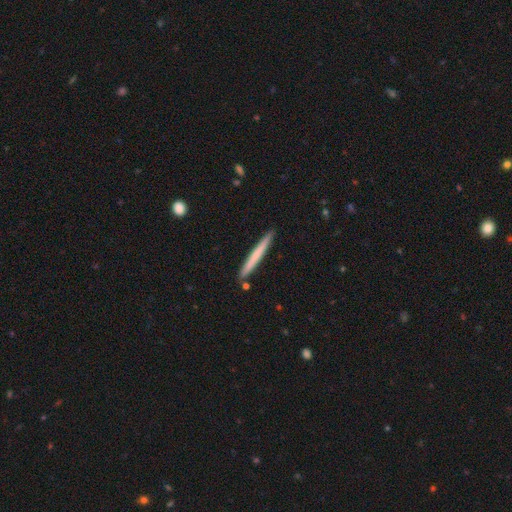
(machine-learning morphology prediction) A smooth galaxy with no disk features (64%) that is cigar-shaped (97%). Merging: none (91%).